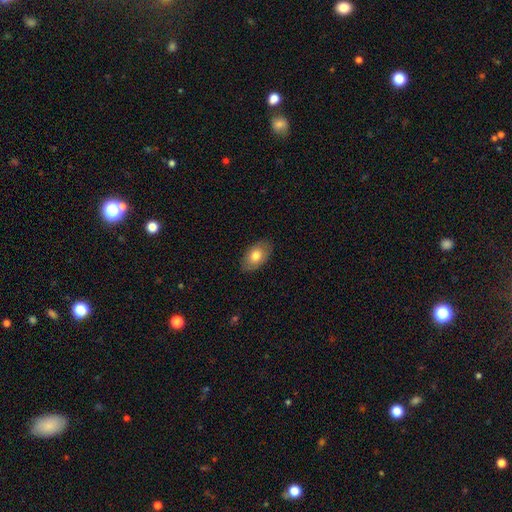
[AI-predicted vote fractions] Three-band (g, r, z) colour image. It shows a smooth galaxy with no disk features (75%) that is in between round and cigar-shaped (91%). Merging: none (85%).